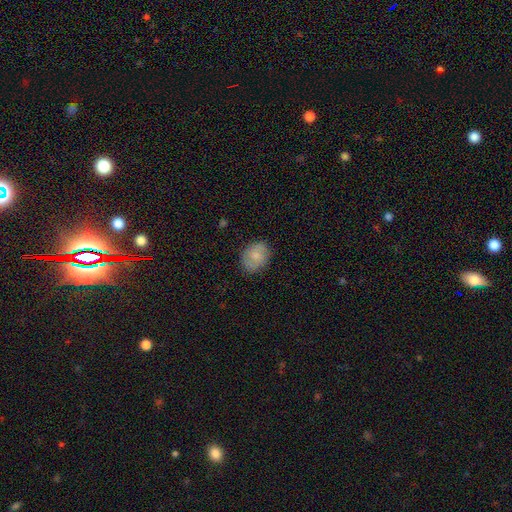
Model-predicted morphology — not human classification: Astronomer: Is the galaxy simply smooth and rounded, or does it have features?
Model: smooth — 71%.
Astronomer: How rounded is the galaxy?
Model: in between — 54% (runner-up: round, 44%).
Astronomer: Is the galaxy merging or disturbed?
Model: none — 80%.